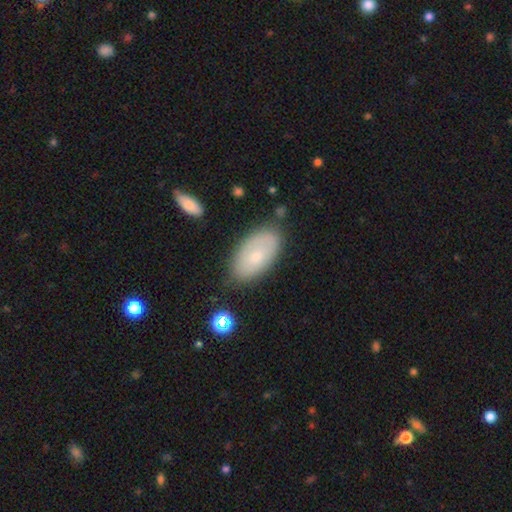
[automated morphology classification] Smooth or featured? Predicted: smooth (p=0.63). How rounded? Predicted: in between (p=0.94). Merging? Predicted: none (p=0.76).